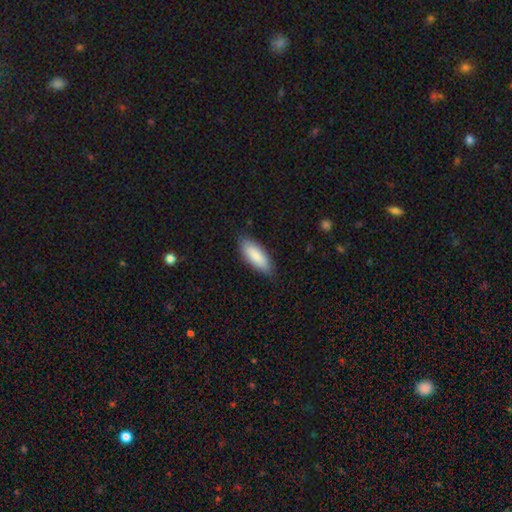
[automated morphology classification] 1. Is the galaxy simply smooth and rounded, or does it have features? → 87% smooth, 8% featured or disk, 5% star or artifact.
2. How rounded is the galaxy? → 72% in between, 26% cigar-shaped, 2% round.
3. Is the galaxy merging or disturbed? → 84% none, 13% minor disturbance, 2% major disturbance, 1% merger.